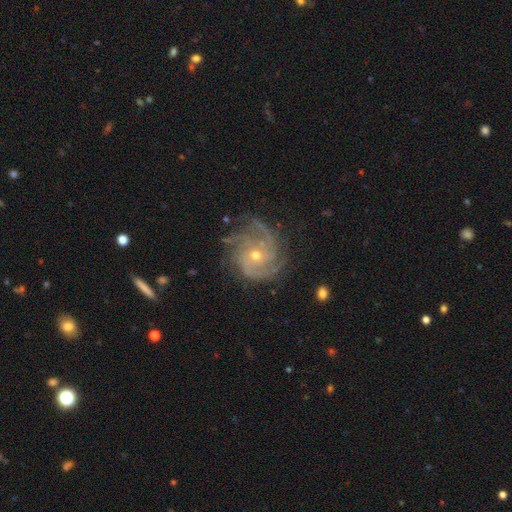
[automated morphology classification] A featured or disk galaxy (89%) with no bar (73%), 3 (29%) tight (61%) spiral arms (98%) and a small central bulge (53%).

Vote fractions:
- Smooth or featured? featured or disk: 89% / star or artifact: 6% / smooth: 5%
- Edge-on disk? no: 98% / yes: 2%
- Bar? no: 73% / weak: 22% / strong: 5%
- Spiral arms? yes: 98% / no: 2%
- Spiral winding? tight: 61% / medium: 32% / loose: 7%
- Spiral arm count? 3: 29% / 4: 27% / can't tell: 17% / more than 4: 10% / 2: 10% / 1: 7%
- Bulge size? small: 53% / moderate: 44% / large: 1% / none: 1% / dominant: 1%
- Merging? none: 73% / minor disturbance: 18% / major disturbance: 8% / merger: 1%